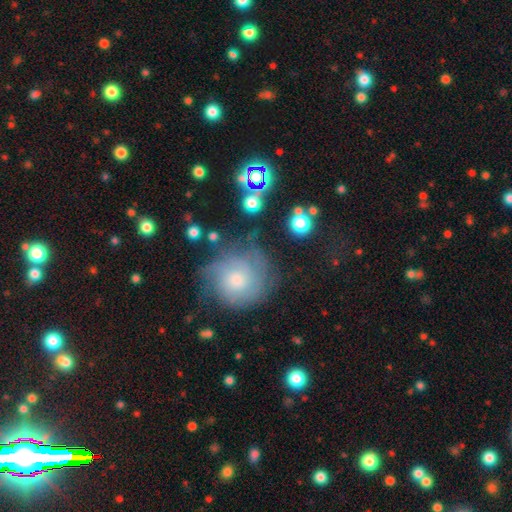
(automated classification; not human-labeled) Smooth or featured?
  - featured or disk: 47% *
  - star or artifact: 27%
  - smooth: 26%
Merging?
  - none: 78% *
  - minor disturbance: 13%
  - major disturbance: 7%
  - merger: 3%